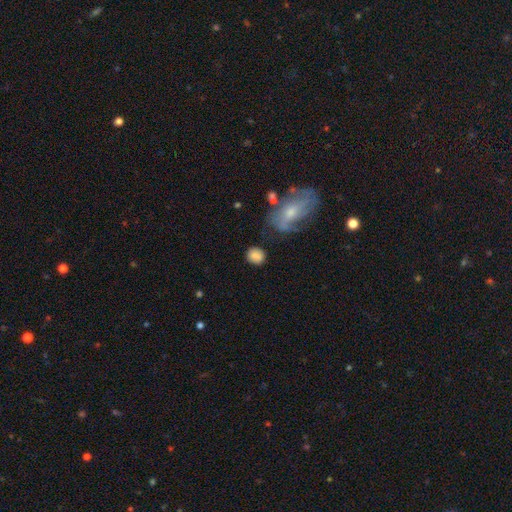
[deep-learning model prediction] Smooth or featured?
  - smooth: 80% *
  - featured or disk: 11%
  - star or artifact: 9%
How rounded?
  - round: 69% *
  - in between: 30%
  - cigar-shaped: 2%
Merging?
  - none: 73% *
  - minor disturbance: 16%
  - major disturbance: 6%
  - merger: 4%